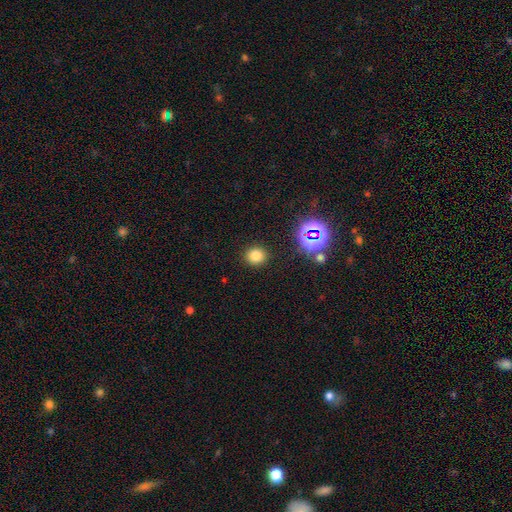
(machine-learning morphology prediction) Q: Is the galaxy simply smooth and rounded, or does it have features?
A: smooth — 75%.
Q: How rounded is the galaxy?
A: round — 84%.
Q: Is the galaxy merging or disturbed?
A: none — 90%.